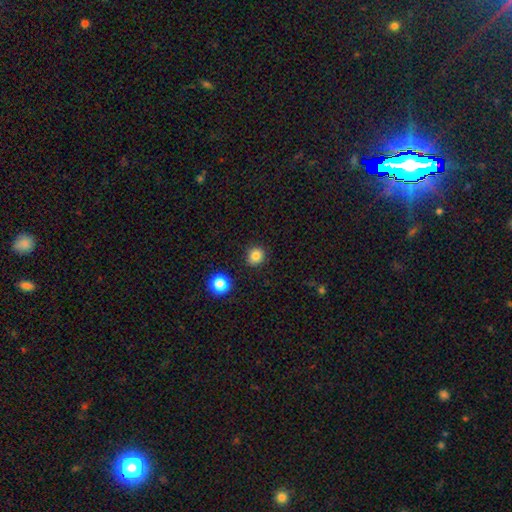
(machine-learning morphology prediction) A smooth galaxy with no disk features (84%) that is round (83%). Merging: none (88%).